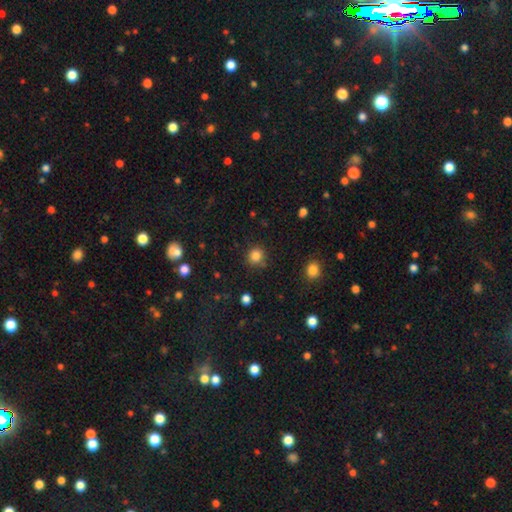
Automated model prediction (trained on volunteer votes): smooth 84%, star or artifact 12%, featured or disk 4%. Down the decision tree: how rounded — round (90%); merging — none (83%).